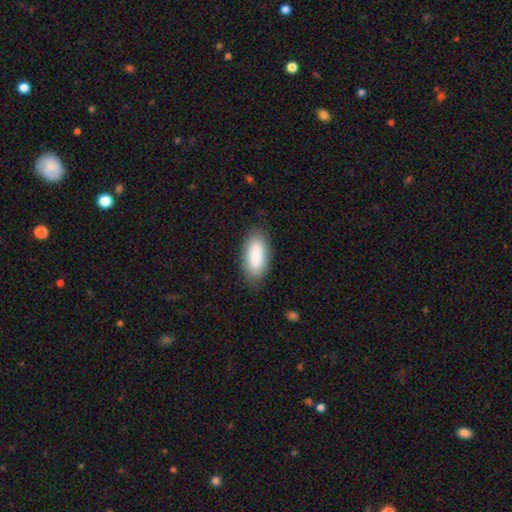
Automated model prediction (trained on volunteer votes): Morphology: type=smooth (87%); roundness=in between (88%); merging=none (85%).